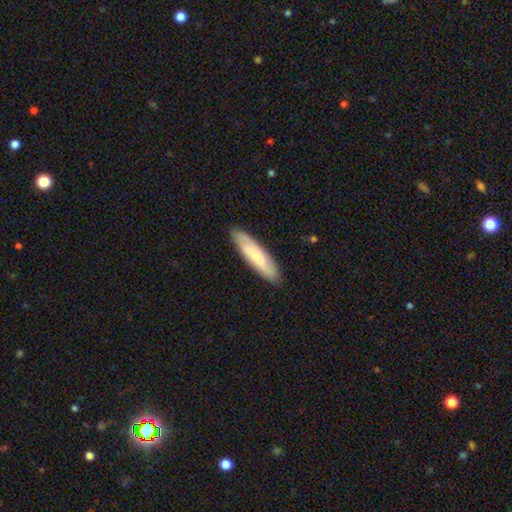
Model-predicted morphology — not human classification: Smooth or featured?
  - smooth: 57% *
  - featured or disk: 38%
  - star or artifact: 6%
How rounded?
  - cigar-shaped: 75% *
  - in between: 24%
  - round: 1%
Merging?
  - none: 88% *
  - minor disturbance: 9%
  - major disturbance: 2%
  - merger: 1%